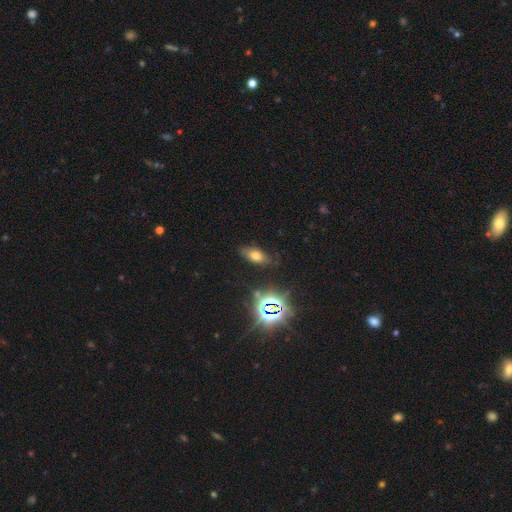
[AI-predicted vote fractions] smooth_or_featured: smooth (p=0.59) [alt: star or artifact p=0.24]
how_rounded: in between (p=0.81) [alt: cigar-shaped p=0.11]
merging: none (p=0.81) [alt: minor disturbance p=0.13]